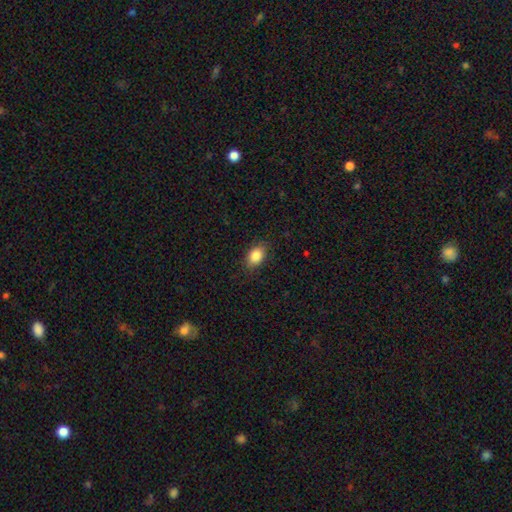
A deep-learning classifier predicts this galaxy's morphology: A smooth galaxy with no disk features (86%) that is in between round and cigar-shaped (82%).

Vote fractions:
- Smooth or featured? smooth: 86% / star or artifact: 8% / featured or disk: 6%
- How rounded? in between: 82% / round: 16% / cigar-shaped: 2%
- Merging? none: 84% / minor disturbance: 12% / major disturbance: 3% / merger: 1%